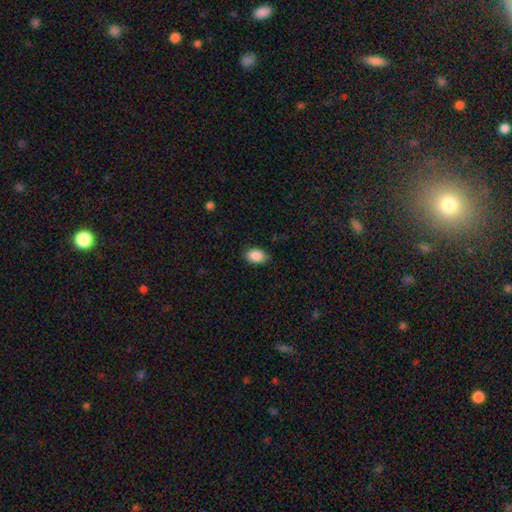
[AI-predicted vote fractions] Morphology: type=smooth (89%); roundness=in between (81%); merging=none (84%).